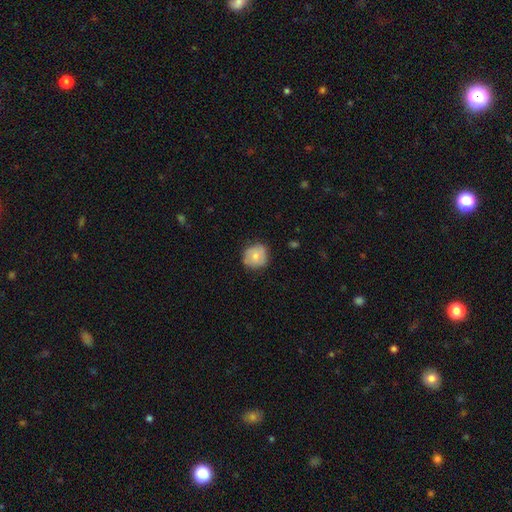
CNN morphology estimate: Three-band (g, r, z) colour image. It shows a smooth galaxy with no disk features (70%) that is round (85%). Merging: none (73%).